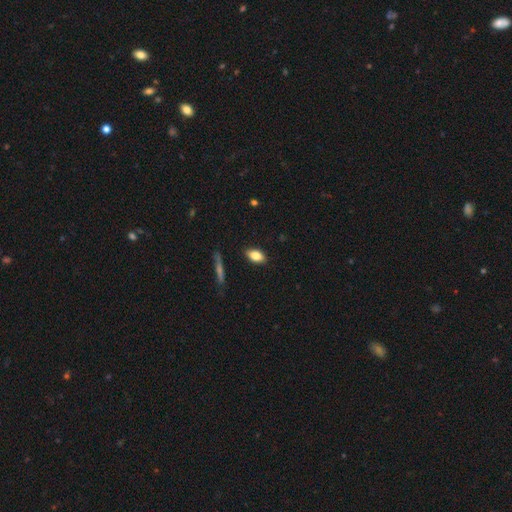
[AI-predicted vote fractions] Morphology: type=smooth (80%); roundness=in between (85%); merging=none (86%).